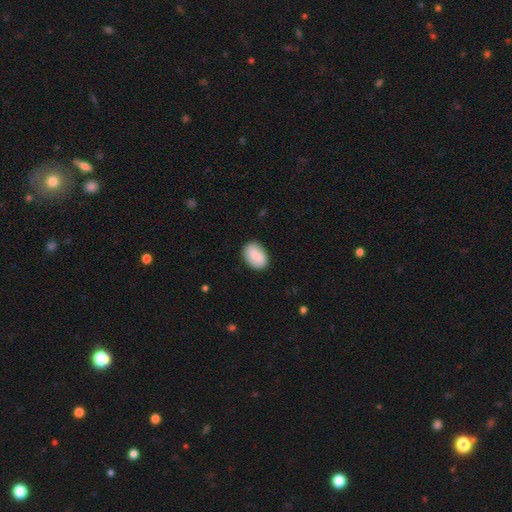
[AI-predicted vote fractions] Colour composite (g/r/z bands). It shows a smooth galaxy with no disk features (77%) that is in between round and cigar-shaped (84%). Merging: none (86%).